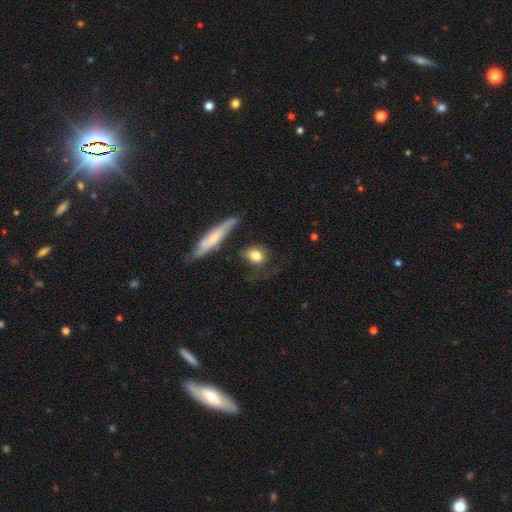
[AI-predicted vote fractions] smooth-or-featured: smooth: 79% | featured or disk: 13% | star or artifact: 7%
  how-rounded: round: 49% | in between: 43% | cigar-shaped: 8%
  merging: none: 59% | minor disturbance: 21% | major disturbance: 11% | merger: 8%